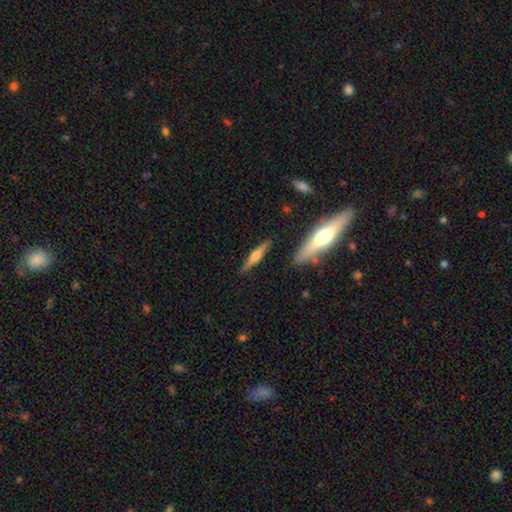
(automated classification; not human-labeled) smooth_or_featured: featured or disk (p=0.57) [alt: smooth p=0.37]
disk_edge_on: yes (p=0.96) [alt: no p=0.04]
edge_on_bulge: rounded (p=0.86) [alt: boxy p=0.08]
merging: none (p=0.86) [alt: minor disturbance p=0.09]